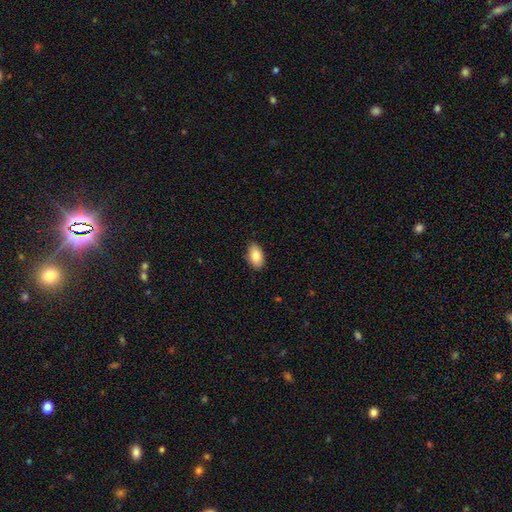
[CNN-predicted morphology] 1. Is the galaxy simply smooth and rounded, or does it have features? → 84% smooth, 9% featured or disk, 7% star or artifact.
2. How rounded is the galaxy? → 93% in between, 5% round, 2% cigar-shaped.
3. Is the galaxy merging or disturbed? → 87% none, 10% minor disturbance, 2% major disturbance, 1% merger.